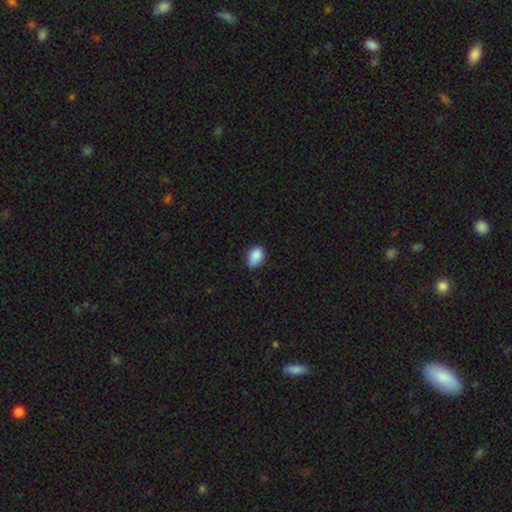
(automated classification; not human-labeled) This appears to be a smooth galaxy with no disk features (88%) that is in between round and cigar-shaped (83%). Merging: none (75%).